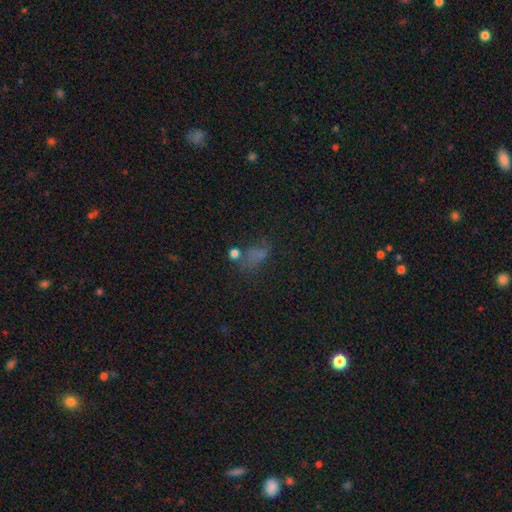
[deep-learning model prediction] Smooth or featured? smooth (52%)
How rounded? in between (73%)
Merging? none (41%)